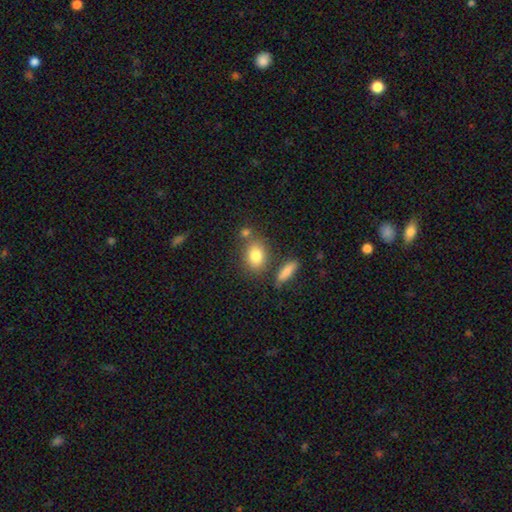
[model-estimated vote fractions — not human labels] A smooth galaxy with no disk features (81%) that is in between round and cigar-shaped (61%). Merging: none (69%).